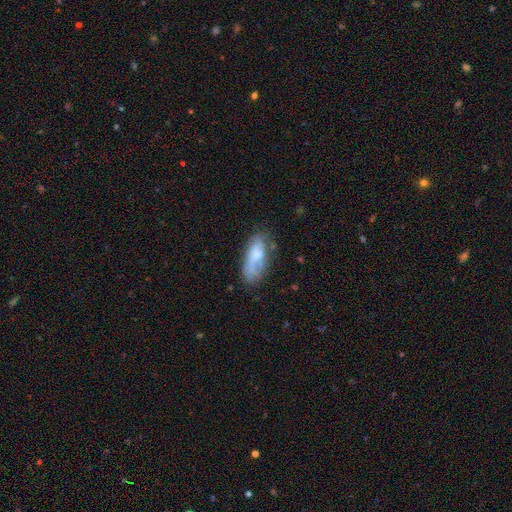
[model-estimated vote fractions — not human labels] The model was most divided on "merging": none: 51%, minor disturbance: 27%, major disturbance: 13%, merger: 8%. More confident: how rounded — in between (78%); smooth or featured — smooth (60%).